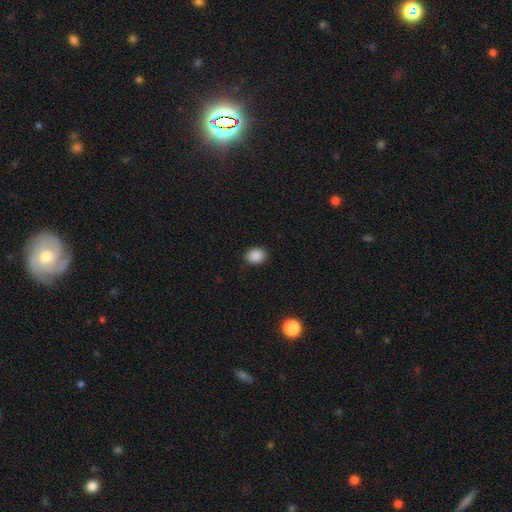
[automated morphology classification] Overall: smooth (88%). How rounded: in between (57%; round 42%). Merging: none (88%).